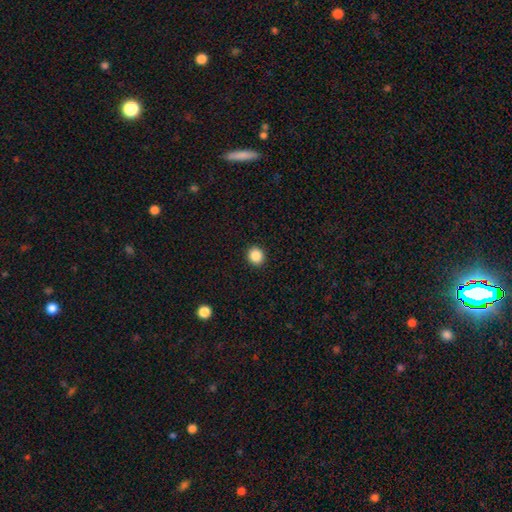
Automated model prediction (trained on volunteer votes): smooth 87%, star or artifact 10%, featured or disk 3%. Down the decision tree: how rounded — round (87%); merging — none (92%).